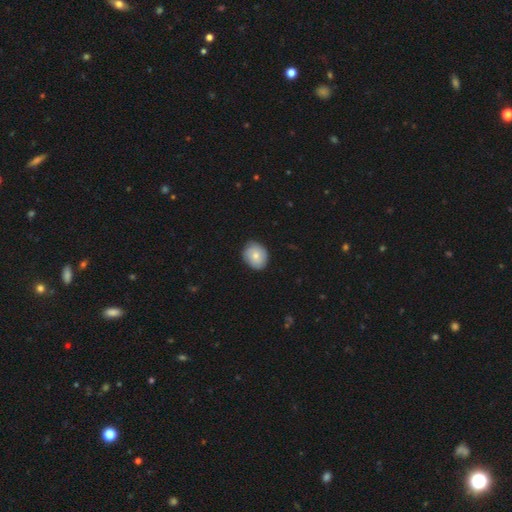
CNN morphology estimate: Smooth or featured?
  - smooth: 68% *
  - featured or disk: 25%
  - star or artifact: 7%
How rounded?
  - round: 59% *
  - in between: 41%
  - cigar-shaped: 1%
Merging?
  - none: 81% *
  - minor disturbance: 15%
  - major disturbance: 3%
  - merger: 1%